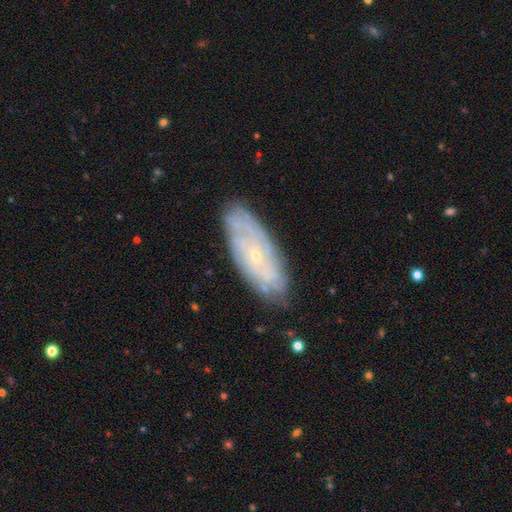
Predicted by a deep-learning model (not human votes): Smooth or featured? Predicted: featured or disk (p=0.71). Edge-on disk? Predicted: no (p=0.87). Bar? Predicted: no (p=0.79). Spiral arms? Predicted: yes (p=0.78). Bulge size? Predicted: small (p=0.82). Merging? Predicted: none (p=0.78).